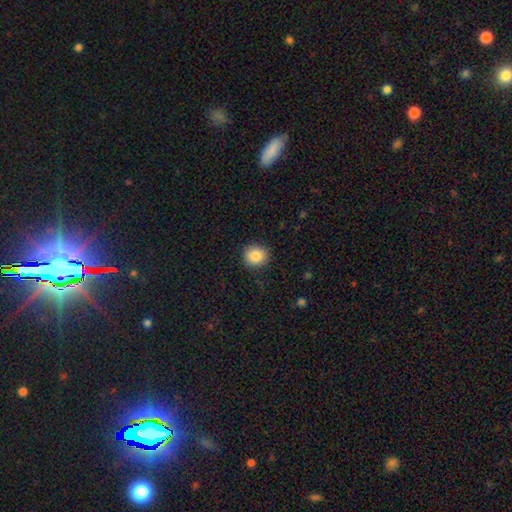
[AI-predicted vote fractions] A smooth galaxy with no disk features (85%) that is round (88%). Merging: none (89%).